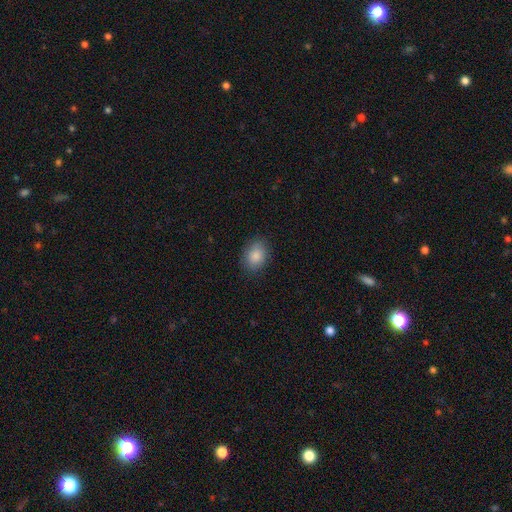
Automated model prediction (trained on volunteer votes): This appears to be a smooth galaxy with no disk features (86%) that is in between round and cigar-shaped (66%). Merging: none (85%).